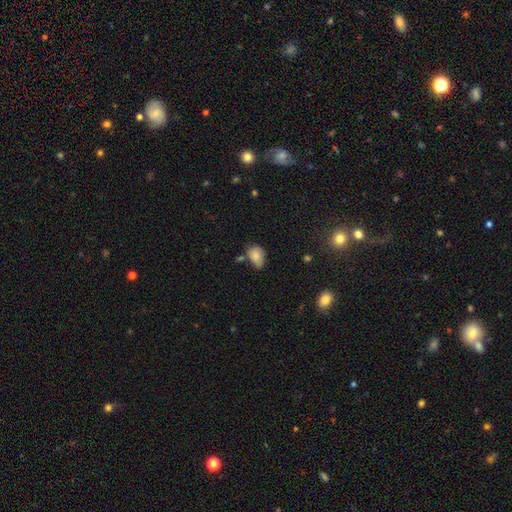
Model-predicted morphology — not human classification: smooth-or-featured: smooth: 83% | star or artifact: 9% | featured or disk: 8%
  how-rounded: in between: 81% | round: 18% | cigar-shaped: 1%
  merging: none: 51% | minor disturbance: 33% | merger: 9% | major disturbance: 7%